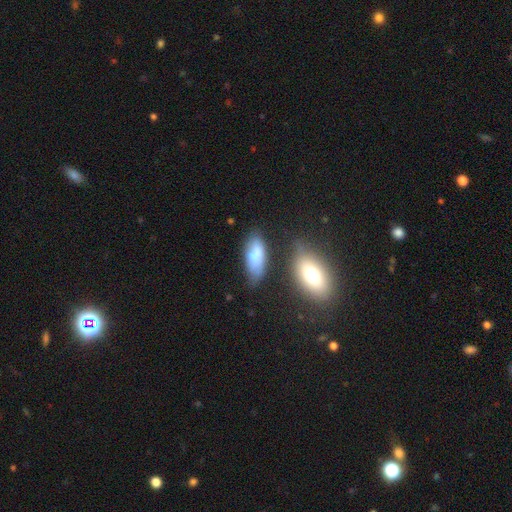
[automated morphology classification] A smooth galaxy with no disk features (69%) that is in between round and cigar-shaped (83%).

Vote fractions:
- Smooth or featured? smooth: 69% / featured or disk: 22% / star or artifact: 8%
- How rounded? in between: 83% / cigar-shaped: 15% / round: 3%
- Merging? none: 53% / minor disturbance: 25% / merger: 14% / major disturbance: 9%